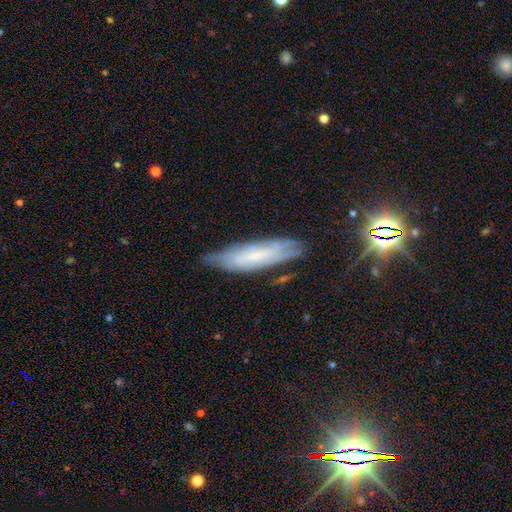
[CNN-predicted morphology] Overall: featured or disk (55%; smooth 34%). Edge-on disk: no (64%; yes 36%). Merging: none (68%).